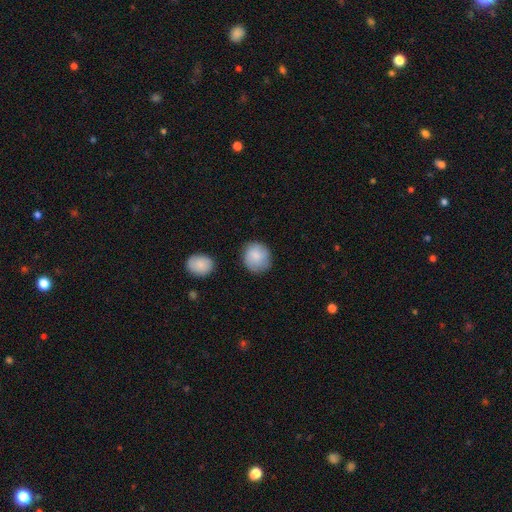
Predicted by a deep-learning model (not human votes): smooth-or-featured: smooth: 83% | featured or disk: 10% | star or artifact: 6%
  how-rounded: round: 84% | in between: 15% | cigar-shaped: 1%
  merging: none: 79% | minor disturbance: 15% | major disturbance: 4% | merger: 3%